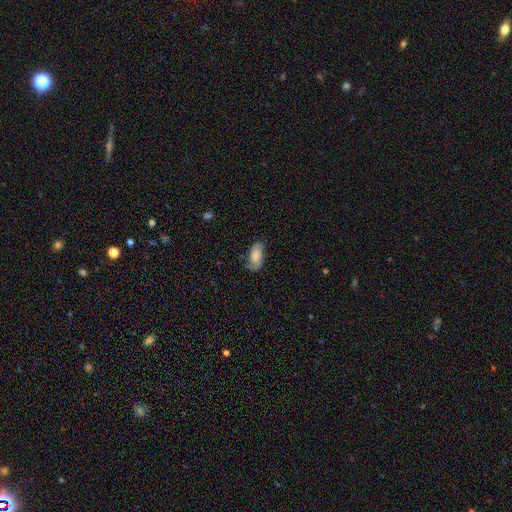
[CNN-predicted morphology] Q: Smooth or featured?
A: smooth (52%); runner-up: featured or disk (41%)
Q: How rounded?
A: in between (91%); runner-up: cigar-shaped (5%)
Q: Merging?
A: none (66%); runner-up: minor disturbance (25%)